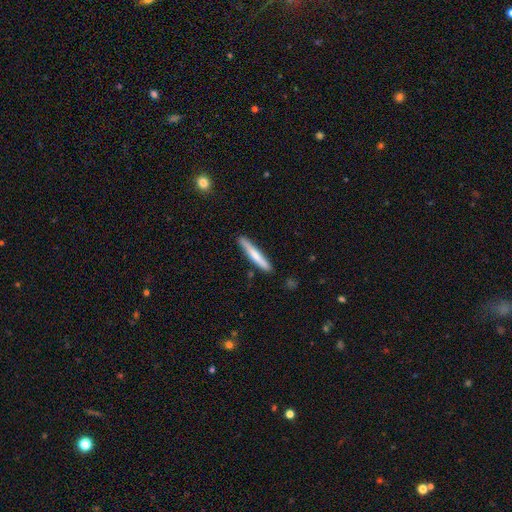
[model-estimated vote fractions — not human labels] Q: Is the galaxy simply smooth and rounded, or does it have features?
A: smooth — 65%.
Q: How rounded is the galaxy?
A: cigar-shaped — 95%.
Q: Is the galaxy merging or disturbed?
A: none — 87%.